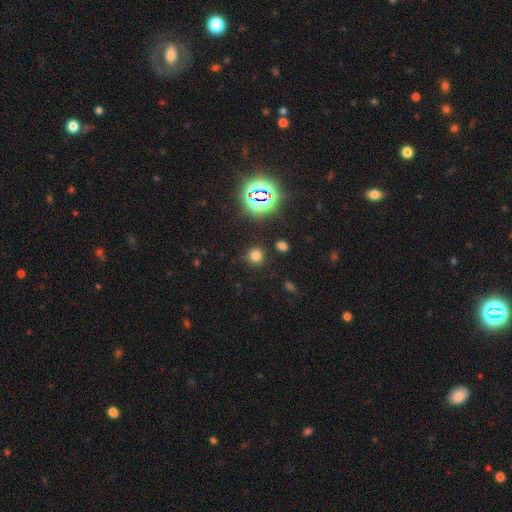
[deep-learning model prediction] Smooth or featured?
  - smooth: 69% *
  - star or artifact: 25%
  - featured or disk: 6%
How rounded?
  - round: 90% *
  - in between: 9%
  - cigar-shaped: 1%
Merging?
  - none: 86% *
  - minor disturbance: 8%
  - major disturbance: 3%
  - merger: 3%